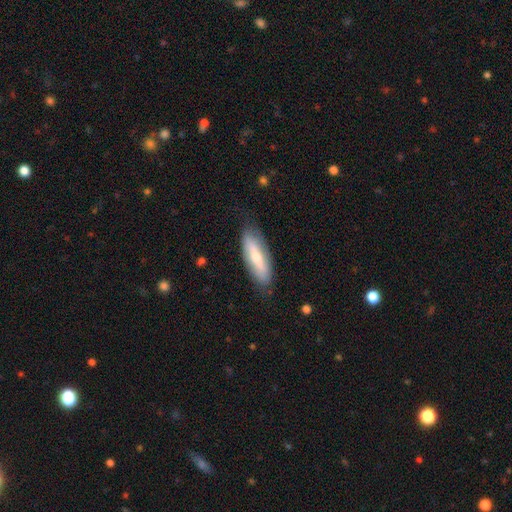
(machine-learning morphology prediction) Overall: smooth (50%; featured or disk 44%). Merging: none (79%).